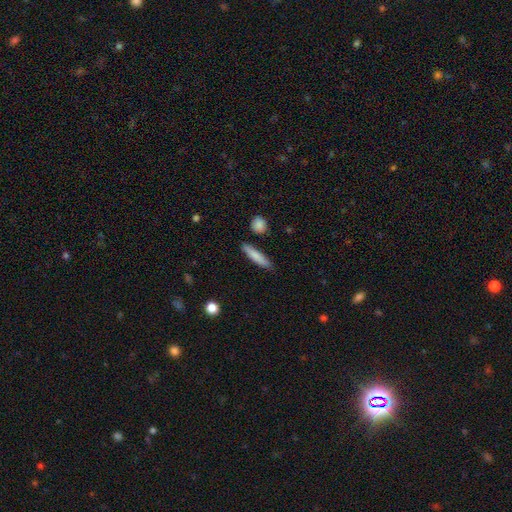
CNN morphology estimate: Smooth or featured? smooth (79%)
How rounded? cigar-shaped (84%)
Merging? none (84%)